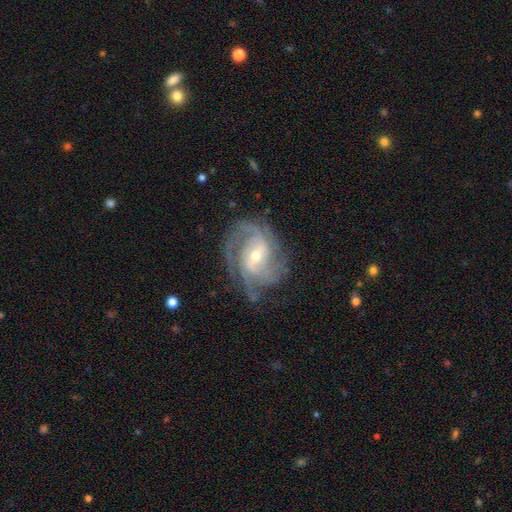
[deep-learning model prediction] Q: Smooth or featured?
A: featured or disk (89%); runner-up: star or artifact (6%)
Q: Edge-on disk?
A: no (97%); runner-up: yes (3%)
Q: Bar?
A: weak (48%); runner-up: no (28%)
Q: Spiral arms?
A: yes (97%); runner-up: no (3%)
Q: Spiral winding?
A: tight (46%); runner-up: medium (43%)
Q: Spiral arm count?
A: 3 (32%); runner-up: 2 (26%)
Q: Bulge size?
A: small (52%); runner-up: moderate (44%)
Q: Merging?
A: none (68%); runner-up: minor disturbance (20%)